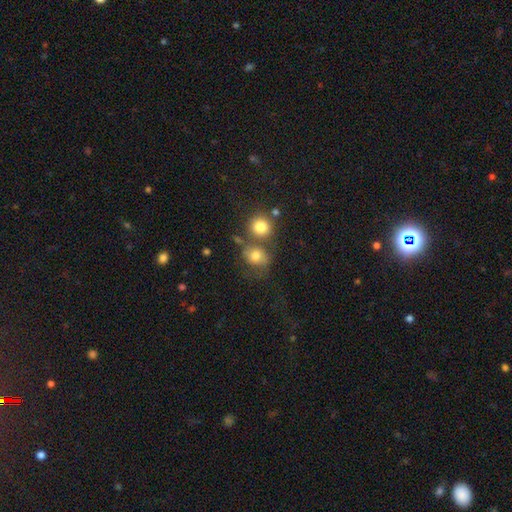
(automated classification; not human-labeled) Q: Smooth or featured?
A: smooth (72%); runner-up: featured or disk (15%)
Q: How rounded?
A: round (63%); runner-up: in between (35%)
Q: Merging?
A: none (46%); runner-up: merger (27%)